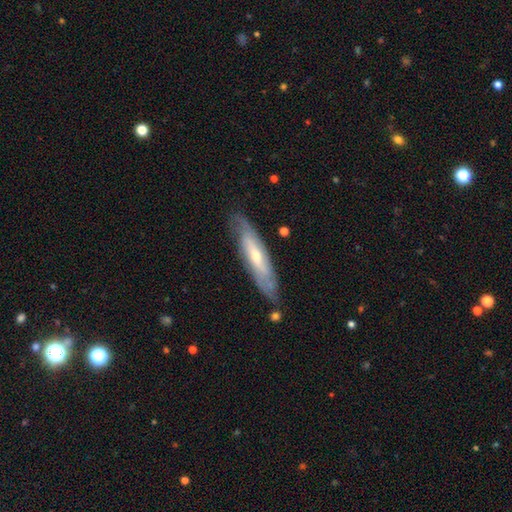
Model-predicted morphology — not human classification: Smooth or featured?
  - featured or disk: 67% *
  - smooth: 27%
  - star or artifact: 6%
Edge-on disk?
  - no: 56% *
  - yes: 44%
Merging?
  - none: 76% *
  - minor disturbance: 18%
  - major disturbance: 4%
  - merger: 2%